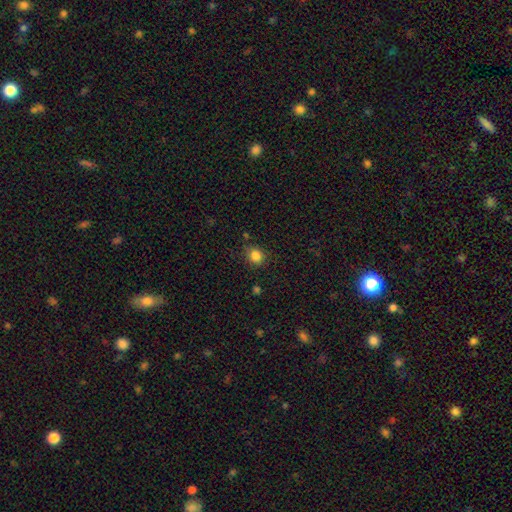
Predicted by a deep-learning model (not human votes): Smooth or featured? Predicted: smooth (p=0.84). How rounded? Predicted: round (p=0.74). Merging? Predicted: none (p=0.80).